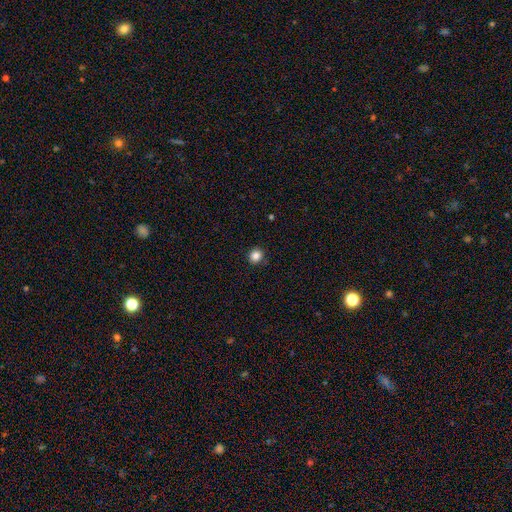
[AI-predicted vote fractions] Smooth or featured: smooth — 85% (star or artifact — 11%)
How rounded: round — 88% (in between — 11%)
Merging: none — 90% (minor disturbance — 7%)